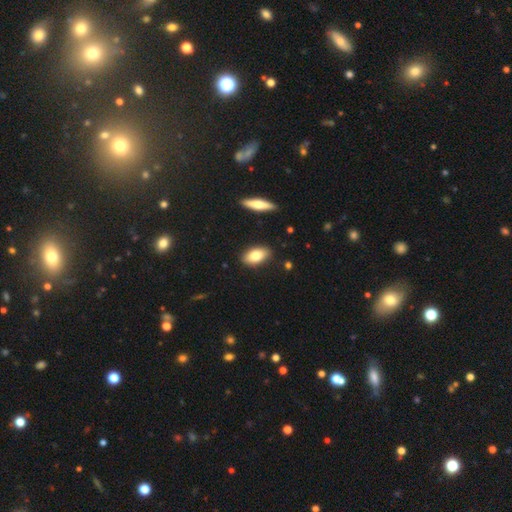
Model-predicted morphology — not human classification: Smooth or featured: smooth — 78% (featured or disk — 15%)
How rounded: in between — 89% (cigar-shaped — 7%)
Merging: none — 86% (minor disturbance — 10%)